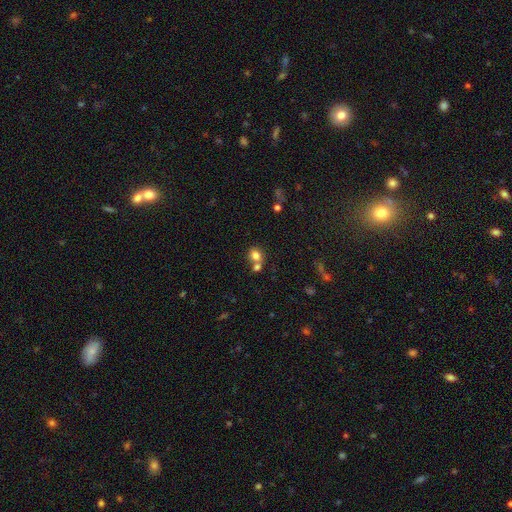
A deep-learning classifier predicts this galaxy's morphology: Smooth or featured? smooth (79%)
How rounded? round (64%)
Merging? none (47%)